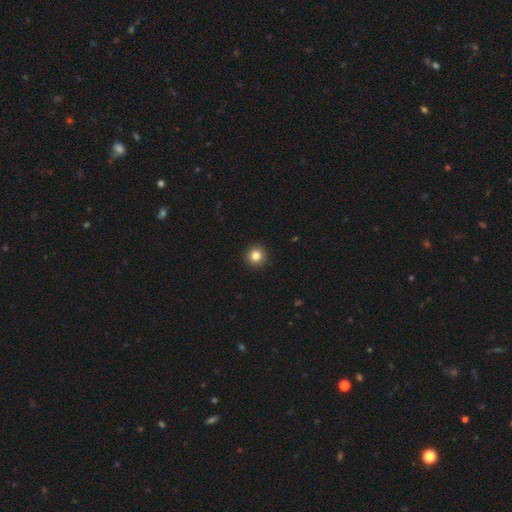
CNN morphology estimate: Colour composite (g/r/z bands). It shows a smooth galaxy with no disk features (83%) that is round (95%). Merging: none (93%).